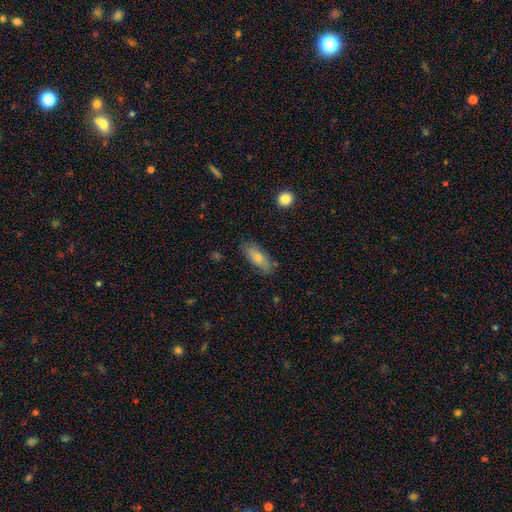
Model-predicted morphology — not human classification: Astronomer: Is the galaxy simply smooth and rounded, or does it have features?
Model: smooth — 64%.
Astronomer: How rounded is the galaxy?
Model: in between — 65%.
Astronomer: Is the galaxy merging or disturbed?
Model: none — 81%.